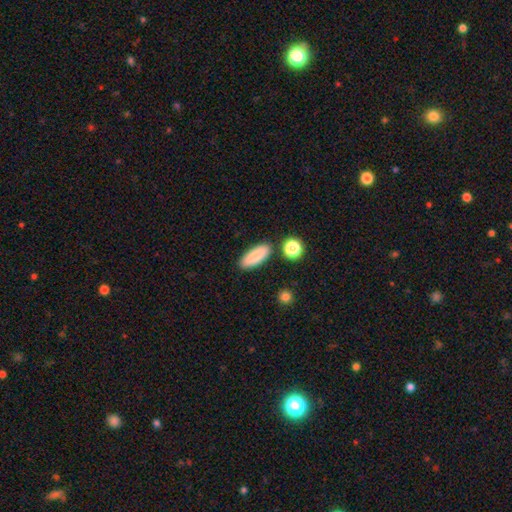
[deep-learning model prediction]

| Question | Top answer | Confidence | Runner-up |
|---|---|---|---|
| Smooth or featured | smooth | 87% | star or artifact (7%) |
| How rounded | in between | 68% | cigar-shaped (29%) |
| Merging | none | 85% | minor disturbance (9%) |